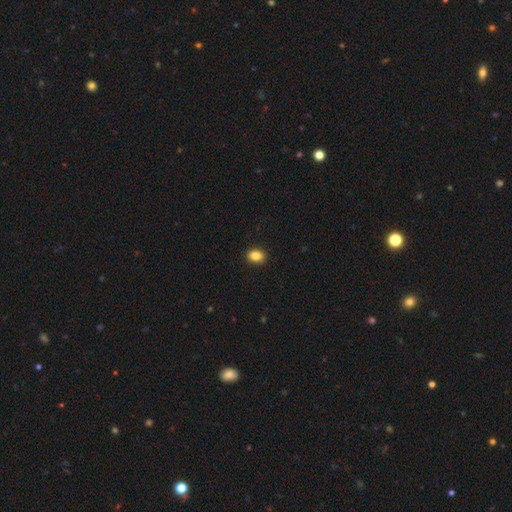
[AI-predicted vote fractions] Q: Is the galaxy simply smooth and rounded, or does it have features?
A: smooth — 87%.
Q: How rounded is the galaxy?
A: in between — 60%.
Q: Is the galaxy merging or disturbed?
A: none — 91%.